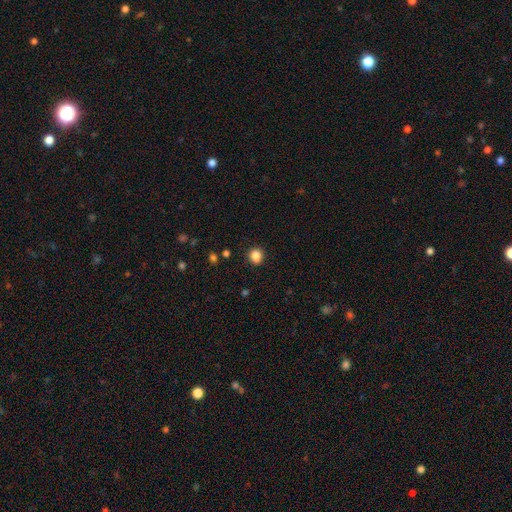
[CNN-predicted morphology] smooth_or_featured: smooth (p=0.86) [alt: star or artifact p=0.11]
how_rounded: round (p=0.75) [alt: in between p=0.24]
merging: none (p=0.85) [alt: minor disturbance p=0.11]